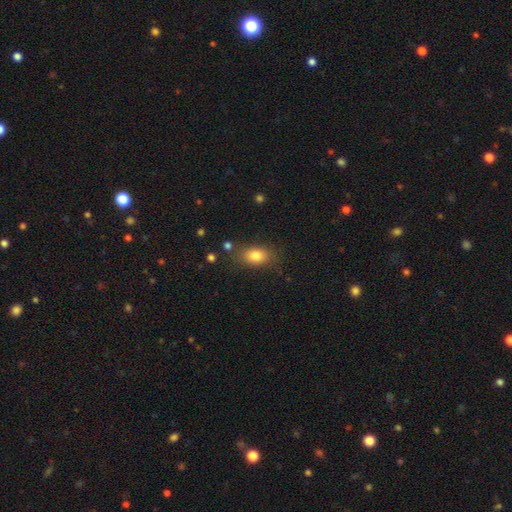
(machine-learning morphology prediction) This is clearly a smooth galaxy (82%). How rounded: clearly in between (82%). Merging: likely none (77%).